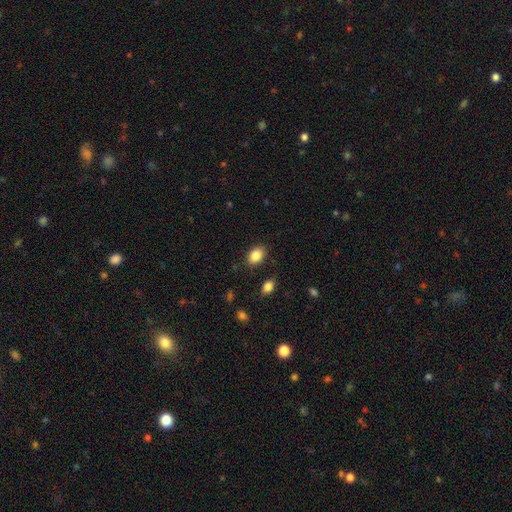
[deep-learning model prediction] Overall: smooth (86%). How rounded: in between (79%). Merging: none (84%).